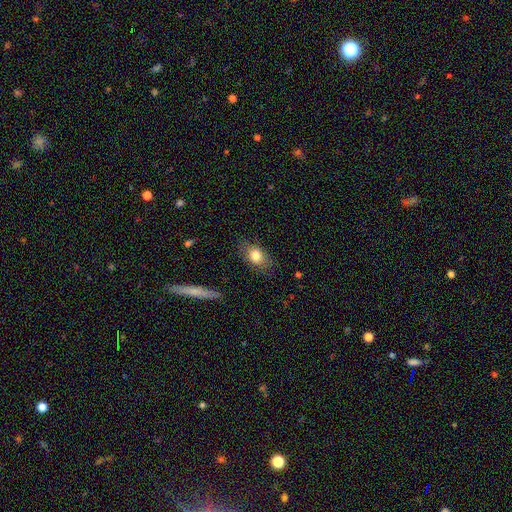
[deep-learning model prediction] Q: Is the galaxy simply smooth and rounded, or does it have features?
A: smooth — 78%.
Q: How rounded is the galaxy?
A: in between — 79%.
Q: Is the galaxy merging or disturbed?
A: none — 79%.